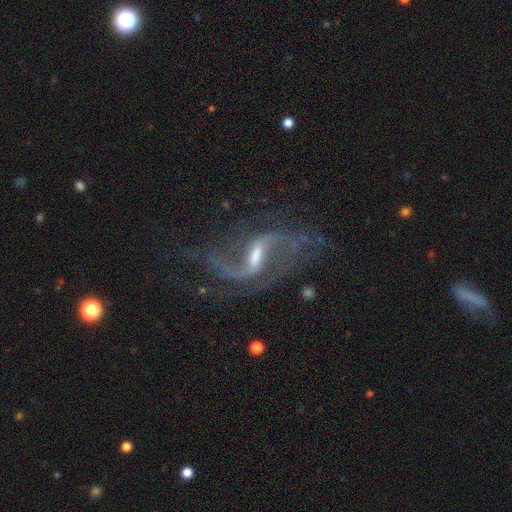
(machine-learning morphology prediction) Smooth or featured: featured or disk — 91% (star or artifact — 6%)
Edge-on disk: no — 97% (yes — 3%)
Bar: weak — 49% (strong — 41%)
Spiral arms: yes — 97% (no — 3%)
Spiral winding: loose — 66% (medium — 28%)
Spiral arm count: 2 — 87% (can't tell — 4%)
Bulge size: moderate — 43% (small — 40%)
Merging: none — 62% (major disturbance — 19%)